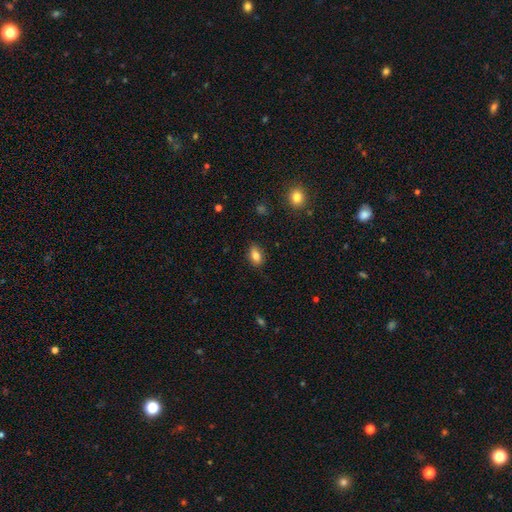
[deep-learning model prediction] Overall: smooth (81%). How rounded: in between (84%). Merging: none (83%).